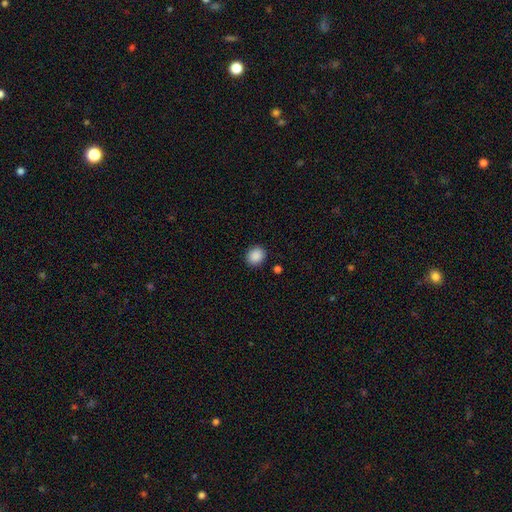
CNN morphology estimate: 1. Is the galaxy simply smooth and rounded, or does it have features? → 89% smooth, 9% star or artifact, 3% featured or disk.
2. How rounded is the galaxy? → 76% round, 23% in between, 1% cigar-shaped.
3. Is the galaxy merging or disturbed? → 89% none, 7% minor disturbance, 2% major disturbance, 2% merger.